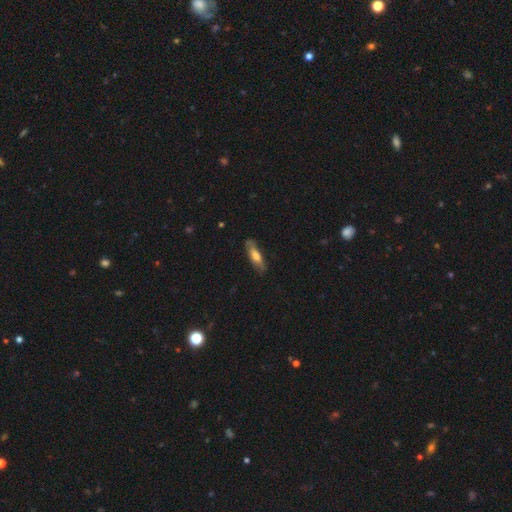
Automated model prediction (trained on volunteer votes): Smooth or featured? smooth (59%)
How rounded? cigar-shaped (56%)
Merging? none (76%)